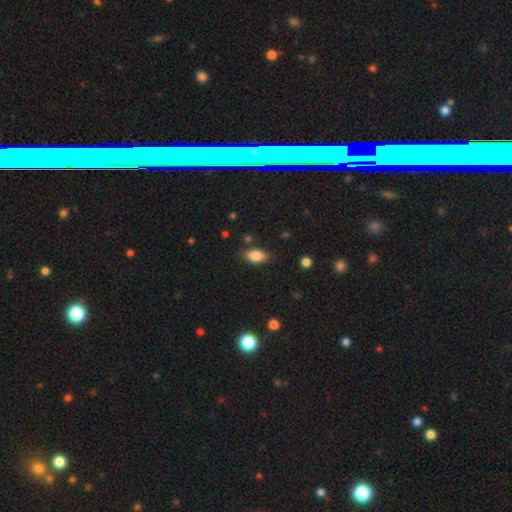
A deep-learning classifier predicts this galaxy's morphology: Smooth or featured: smooth — 82% (featured or disk — 10%)
How rounded: in between — 87% (cigar-shaped — 7%)
Merging: none — 81% (minor disturbance — 14%)